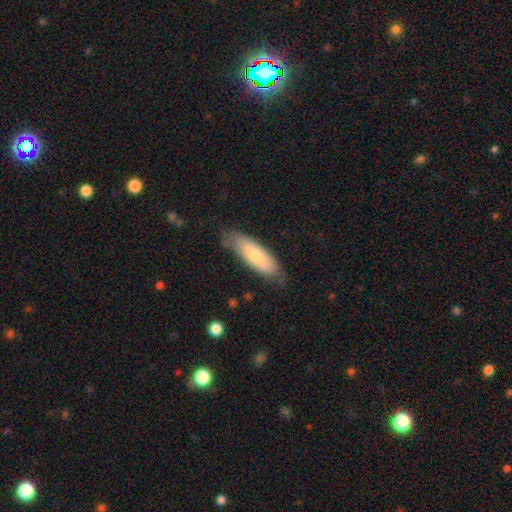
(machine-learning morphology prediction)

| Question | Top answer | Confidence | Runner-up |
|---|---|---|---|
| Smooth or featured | smooth | 69% | featured or disk (26%) |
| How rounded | in between | 57% | cigar-shaped (41%) |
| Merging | none | 72% | minor disturbance (22%) |